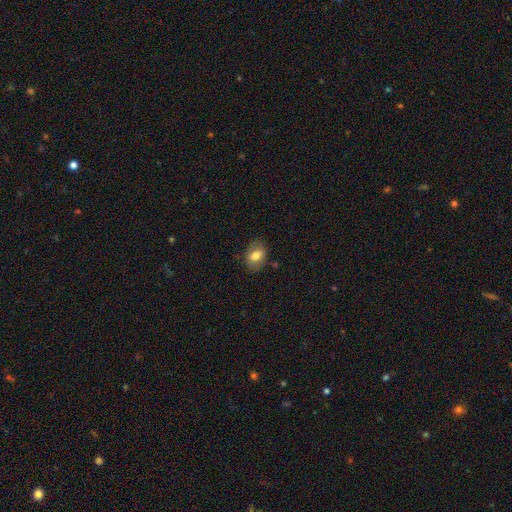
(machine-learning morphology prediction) smooth-or-featured: smooth: 74% | featured or disk: 17% | star or artifact: 8%
  how-rounded: in between: 77% | round: 22% | cigar-shaped: 1%
  merging: none: 80% | minor disturbance: 14% | major disturbance: 4% | merger: 2%